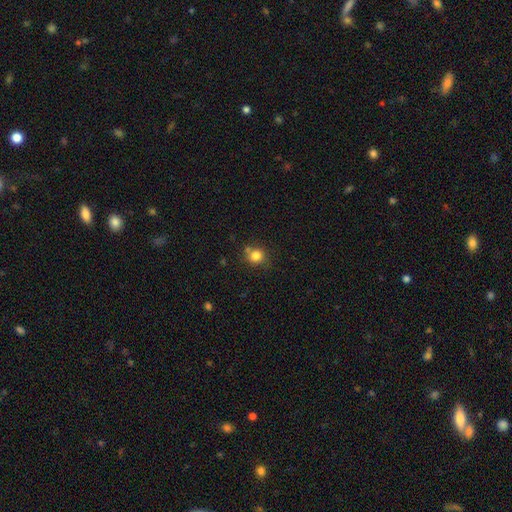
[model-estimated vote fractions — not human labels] A smooth galaxy with no disk features (82%) that is round (84%). Merging: none (70%).